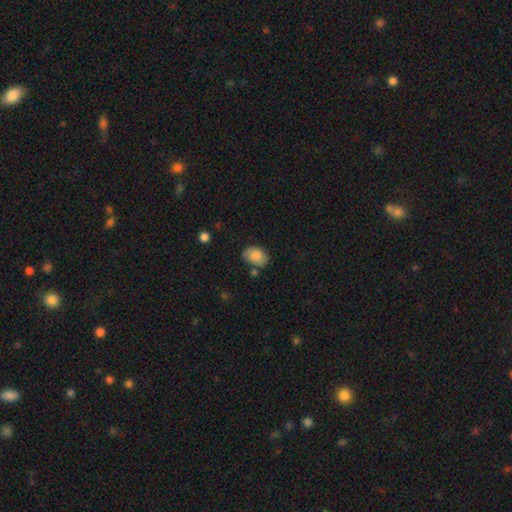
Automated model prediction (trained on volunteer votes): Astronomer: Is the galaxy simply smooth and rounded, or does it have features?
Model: smooth — 77%.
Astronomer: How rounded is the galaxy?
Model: in between — 79%.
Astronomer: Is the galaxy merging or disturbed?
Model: none — 67%.